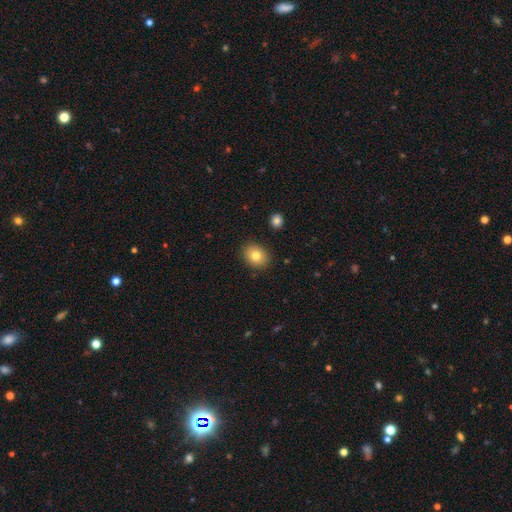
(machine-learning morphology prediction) smooth-or-featured: smooth: 80% | featured or disk: 11% | star or artifact: 9%
  how-rounded: in between: 56% | round: 43% | cigar-shaped: 1%
  merging: none: 88% | minor disturbance: 8% | major disturbance: 2% | merger: 2%